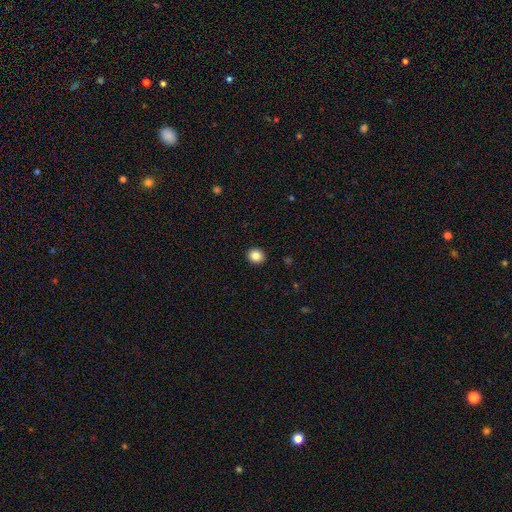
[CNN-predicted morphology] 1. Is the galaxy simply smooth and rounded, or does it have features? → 86% smooth, 10% star or artifact, 4% featured or disk.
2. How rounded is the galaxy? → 83% round, 16% in between, 1% cigar-shaped.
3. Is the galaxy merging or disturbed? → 92% none, 5% minor disturbance, 2% major disturbance, 1% merger.